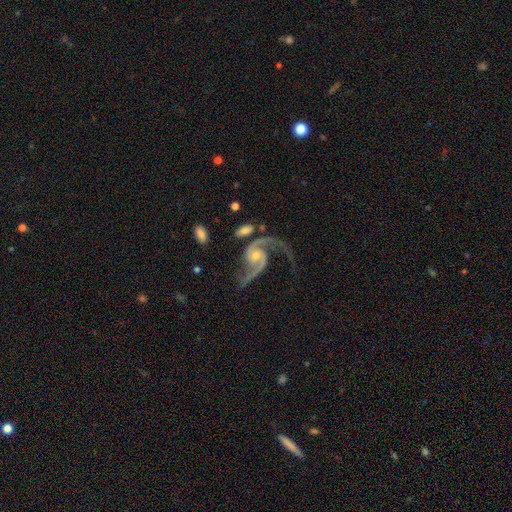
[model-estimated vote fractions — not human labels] Smooth or featured? featured or disk (93%)
Edge-on disk? no (98%)
Bar? no (63%)
Spiral arms? yes (98%)
Spiral winding? medium (50%)
Spiral arm count? 2 (91%)
Bulge size? small (62%)
Merging? none (56%)